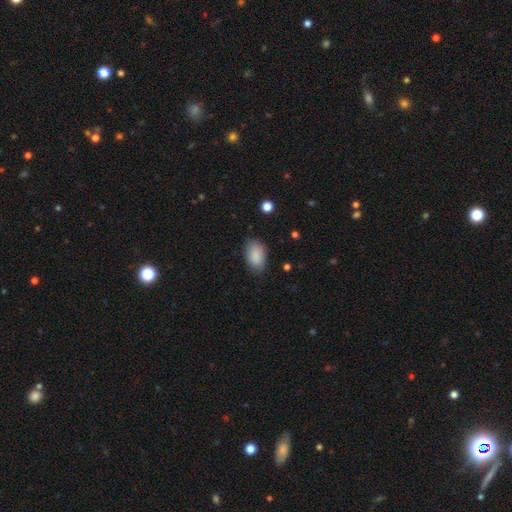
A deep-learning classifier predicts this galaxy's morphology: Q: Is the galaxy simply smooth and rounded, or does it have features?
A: smooth — 89%.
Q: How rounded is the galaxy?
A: in between — 92%.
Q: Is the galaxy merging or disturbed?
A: none — 79%.